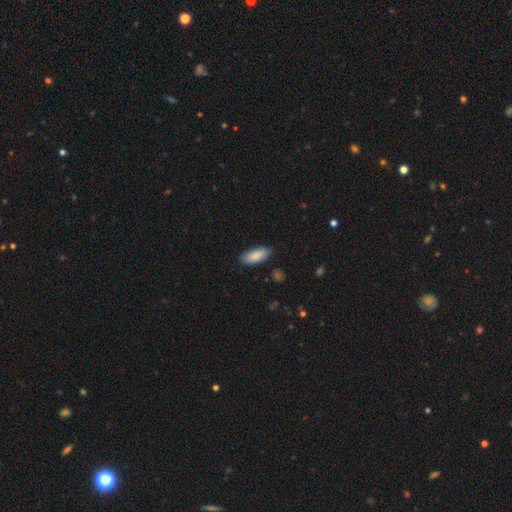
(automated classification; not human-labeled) smooth_or_featured: smooth (p=0.88) [alt: featured or disk p=0.06]
how_rounded: in between (p=0.80) [alt: cigar-shaped p=0.18]
merging: none (p=0.84) [alt: minor disturbance p=0.13]